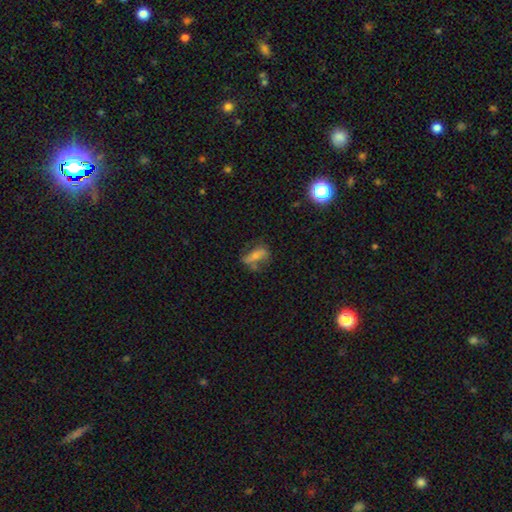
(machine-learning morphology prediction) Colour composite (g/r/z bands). It shows a smooth galaxy with no disk features (45%). Merging: none (50%).